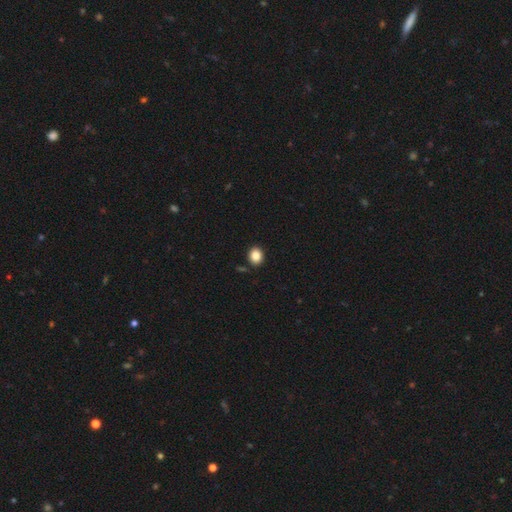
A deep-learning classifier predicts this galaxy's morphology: type=smooth (86%); roundness=round (59%); merging=none (88%).